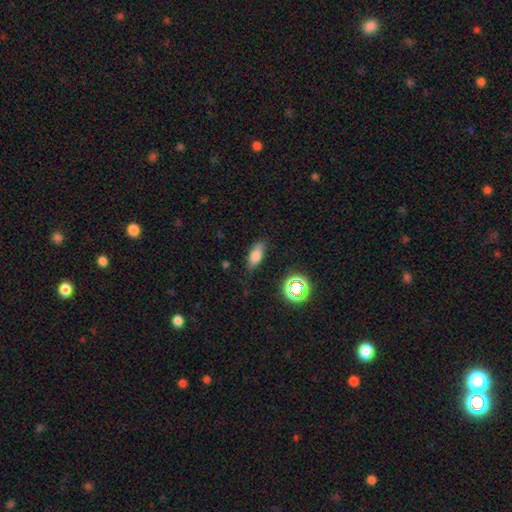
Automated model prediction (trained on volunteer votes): smooth_or_featured: smooth (p=0.75) [alt: star or artifact p=0.12]
how_rounded: in between (p=0.73) [alt: cigar-shaped p=0.22]
merging: none (p=0.78) [alt: minor disturbance p=0.16]